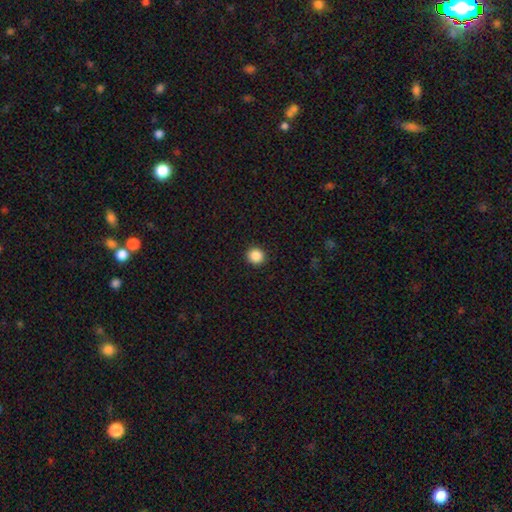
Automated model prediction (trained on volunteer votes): Smooth or featured? smooth (87%)
How rounded? round (92%)
Merging? none (93%)